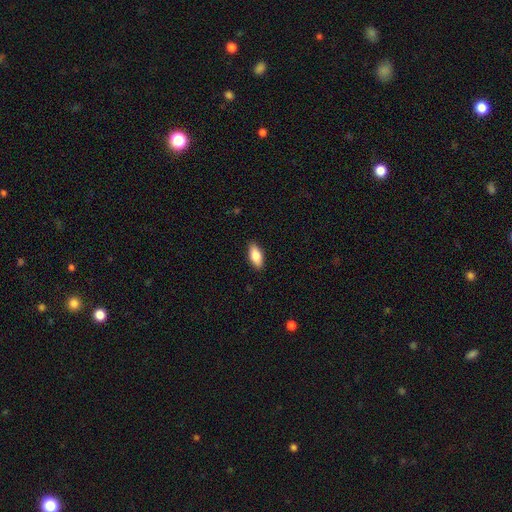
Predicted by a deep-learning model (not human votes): smooth_or_featured: smooth (p=0.82) [alt: featured or disk p=0.12]
how_rounded: in between (p=0.86) [alt: cigar-shaped p=0.12]
merging: none (p=0.89) [alt: minor disturbance p=0.09]